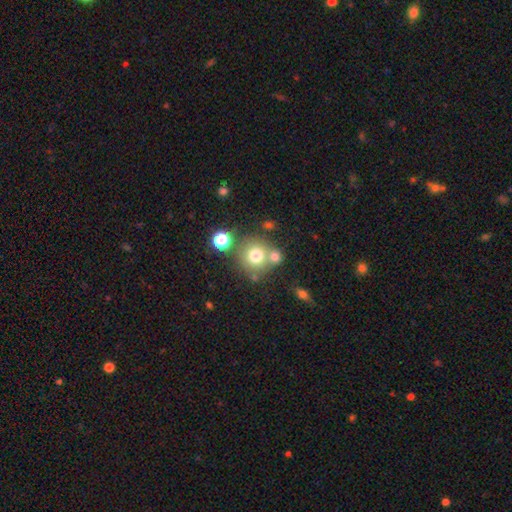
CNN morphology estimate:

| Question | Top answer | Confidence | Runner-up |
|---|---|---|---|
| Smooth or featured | smooth | 72% | star or artifact (14%) |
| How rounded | round | 92% | in between (7%) |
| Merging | none | 63% | merger (23%) |